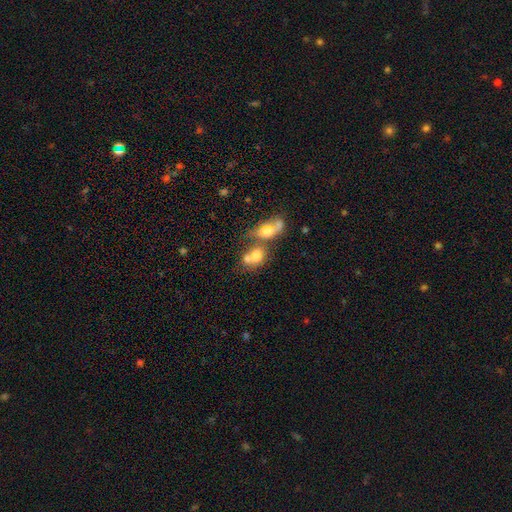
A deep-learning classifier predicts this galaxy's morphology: Smooth or featured: smooth — 70% (featured or disk — 19%)
How rounded: round — 56% (in between — 42%)
Merging: merger — 61% (none — 25%)